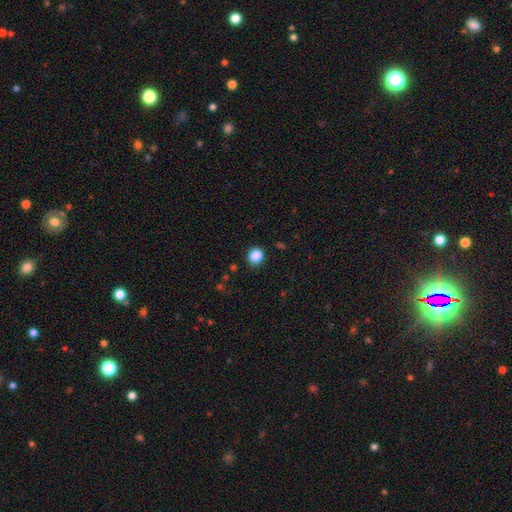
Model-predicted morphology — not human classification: A smooth galaxy with no disk features (87%) that is round (80%). Merging: none (89%).